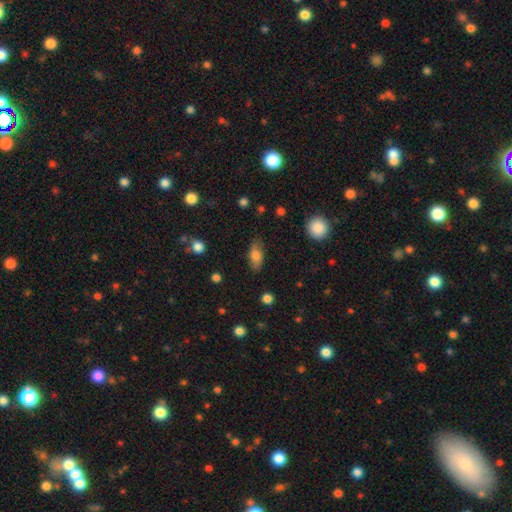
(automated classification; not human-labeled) Smooth or featured?
  - smooth: 77% *
  - featured or disk: 15%
  - star or artifact: 8%
How rounded?
  - in between: 85% *
  - cigar-shaped: 10%
  - round: 5%
Merging?
  - none: 76% *
  - minor disturbance: 18%
  - major disturbance: 5%
  - merger: 2%